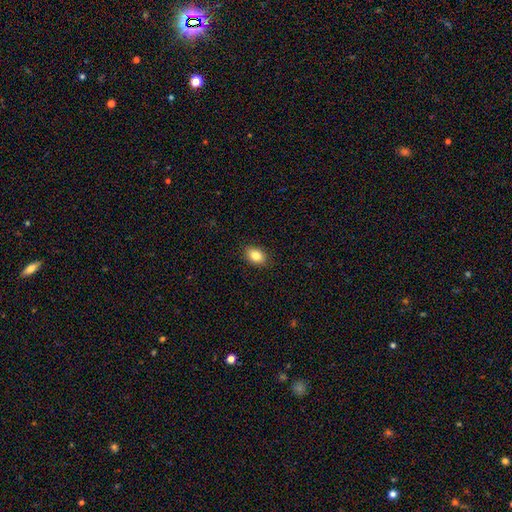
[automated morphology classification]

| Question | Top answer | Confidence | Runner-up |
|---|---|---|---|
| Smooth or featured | smooth | 83% | star or artifact (9%) |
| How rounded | in between | 79% | round (20%) |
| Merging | none | 89% | minor disturbance (8%) |